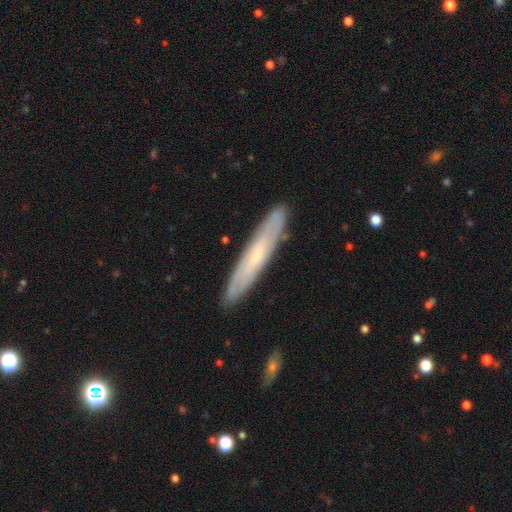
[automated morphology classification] The model was most divided on "smooth or featured": featured or disk: 51%, smooth: 43%, star or artifact: 6%. More confident: merging — none (89%); edge-on disk — yes (69%).